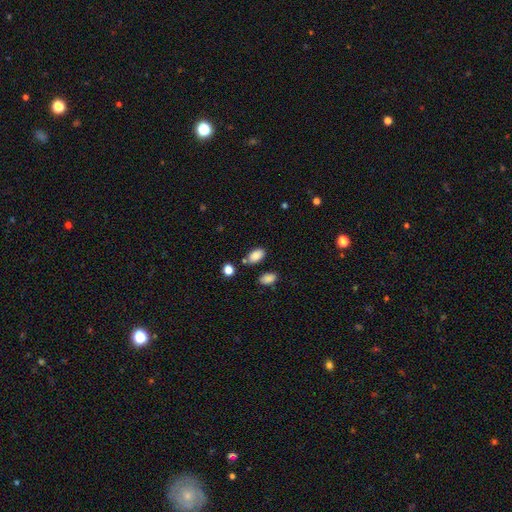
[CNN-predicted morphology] Smooth or featured? Predicted: smooth (p=0.85). How rounded? Predicted: in between (p=0.91). Merging? Predicted: none (p=0.76).